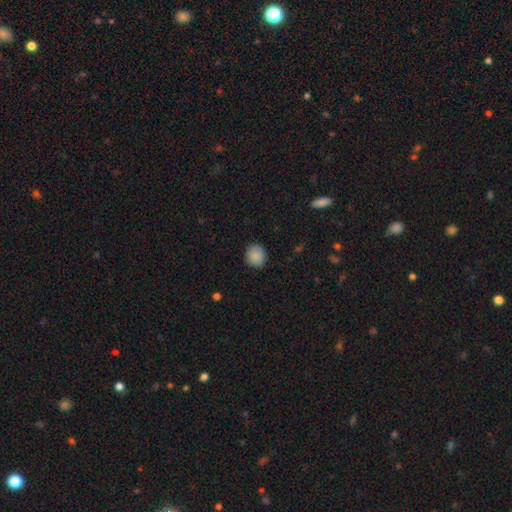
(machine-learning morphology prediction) type=smooth (88%); roundness=round (84%); merging=none (87%).